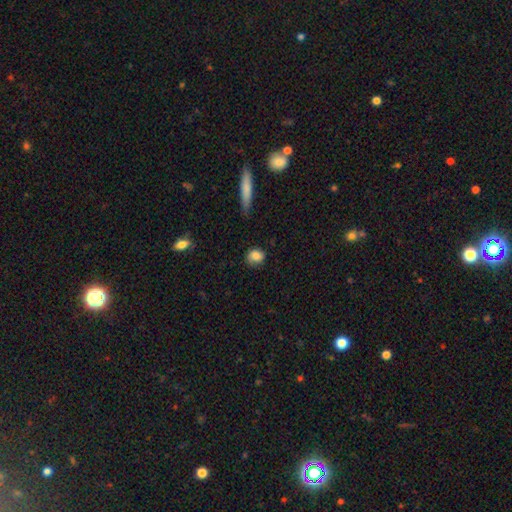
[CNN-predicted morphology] A smooth galaxy with no disk features (80%) that is round (60%).

Vote fractions:
- Smooth or featured? smooth: 80% / featured or disk: 12% / star or artifact: 8%
- How rounded? round: 60% / in between: 38% / cigar-shaped: 2%
- Merging? none: 67% / minor disturbance: 24% / major disturbance: 6% / merger: 2%